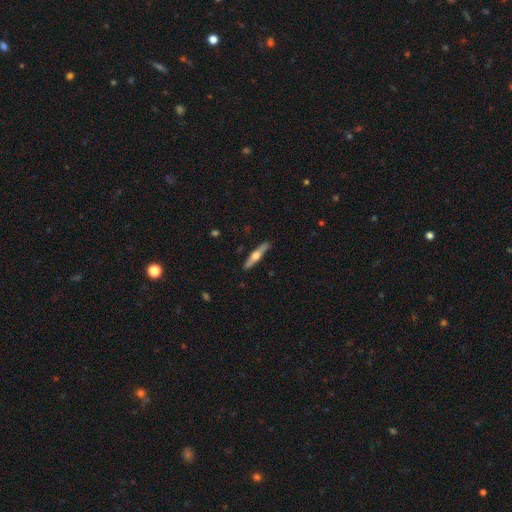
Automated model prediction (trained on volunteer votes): Q: Smooth or featured?
A: featured or disk (61%); runner-up: smooth (34%)
Q: Edge-on disk?
A: yes (96%); runner-up: no (4%)
Q: Edge-on bulge?
A: rounded (93%); runner-up: boxy (4%)
Q: Merging?
A: none (88%); runner-up: minor disturbance (9%)